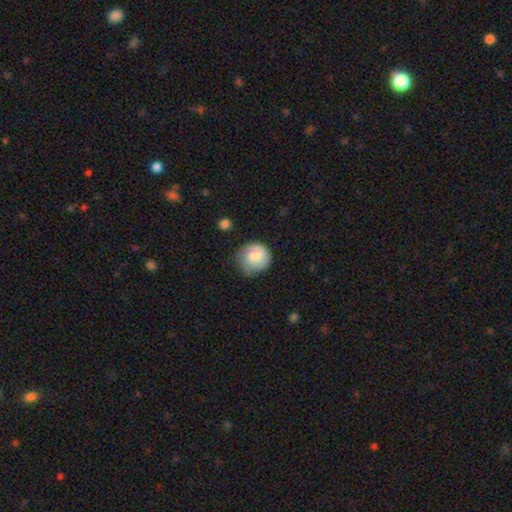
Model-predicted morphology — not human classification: Q: Smooth or featured?
A: smooth (82%); runner-up: featured or disk (12%)
Q: How rounded?
A: round (85%); runner-up: in between (14%)
Q: Merging?
A: none (65%); runner-up: minor disturbance (27%)